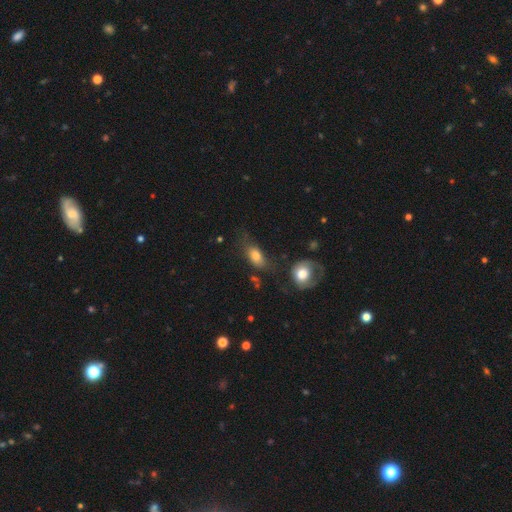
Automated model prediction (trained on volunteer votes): A smooth galaxy with no disk features (76%) that is in between round and cigar-shaped (82%).

Vote fractions:
- Smooth or featured? smooth: 76% / featured or disk: 15% / star or artifact: 9%
- How rounded? in between: 82% / round: 12% / cigar-shaped: 5%
- Merging? none: 48% / minor disturbance: 23% / major disturbance: 17% / merger: 12%